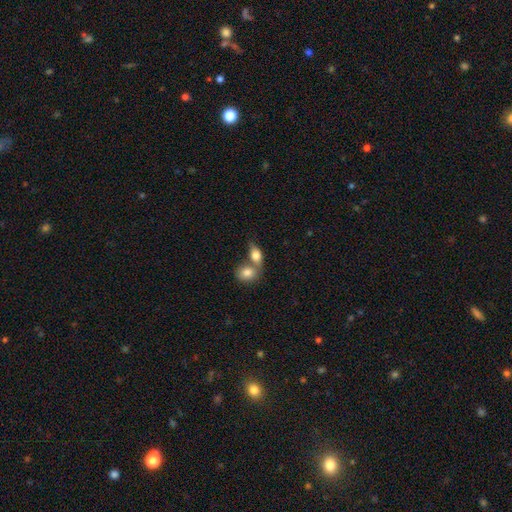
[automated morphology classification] smooth_or_featured: smooth (p=0.80) [alt: featured or disk p=0.13]
how_rounded: in between (p=0.72) [alt: round p=0.24]
merging: merger (p=0.62) [alt: none p=0.25]